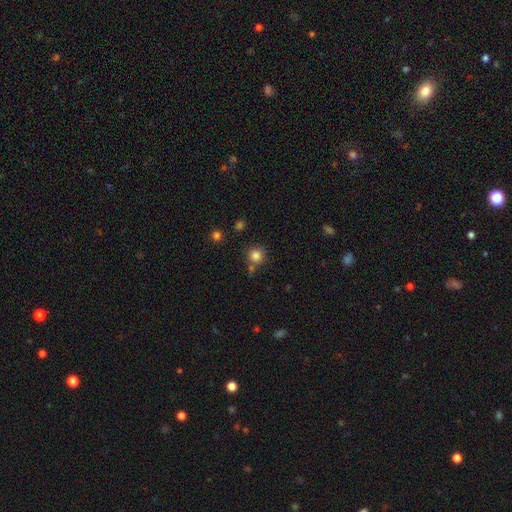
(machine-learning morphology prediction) smooth-or-featured: smooth: 82% | star or artifact: 12% | featured or disk: 5%
  how-rounded: round: 93% | in between: 6% | cigar-shaped: 1%
  merging: none: 75% | merger: 11% | minor disturbance: 10% | major disturbance: 3%